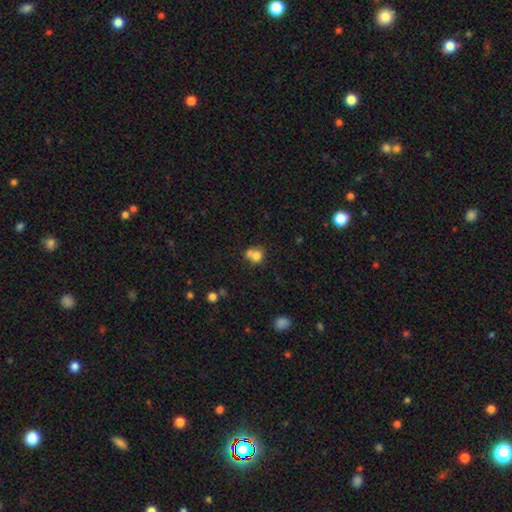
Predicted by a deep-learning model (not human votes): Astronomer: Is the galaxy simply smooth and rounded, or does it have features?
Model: smooth — 73%.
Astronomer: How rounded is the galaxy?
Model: round — 73%.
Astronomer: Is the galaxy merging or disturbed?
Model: merger — 53% (runner-up: none, 33%).